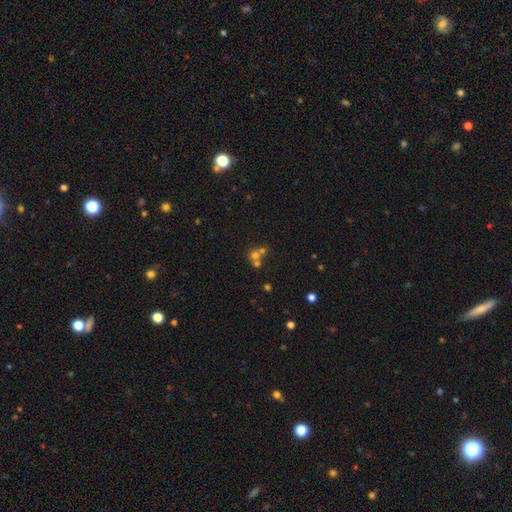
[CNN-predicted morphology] Smooth or featured?
  - smooth: 53% *
  - star or artifact: 27%
  - featured or disk: 20%
How rounded?
  - round: 82% *
  - in between: 17%
  - cigar-shaped: 1%
Merging?
  - merger: 50% *
  - none: 40%
  - minor disturbance: 6%
  - major disturbance: 4%